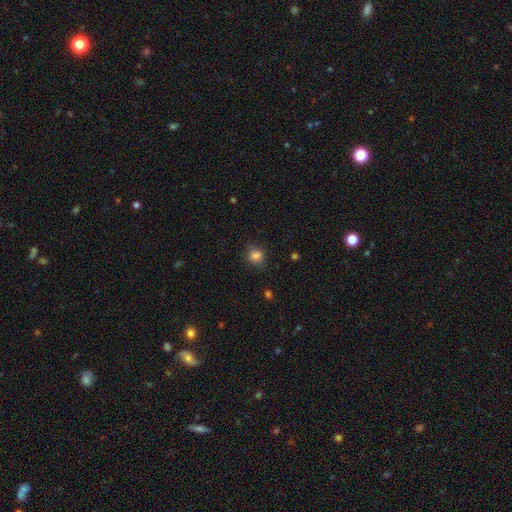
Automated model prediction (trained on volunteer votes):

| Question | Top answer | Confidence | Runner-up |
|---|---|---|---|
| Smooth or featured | smooth | 80% | star or artifact (13%) |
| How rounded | round | 71% | in between (28%) |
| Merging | none | 75% | minor disturbance (18%) |